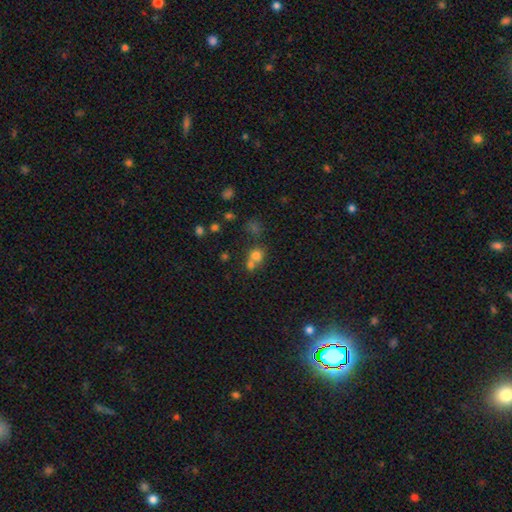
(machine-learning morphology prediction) type=smooth (71%); roundness=round (80%); merging=merger (51%).